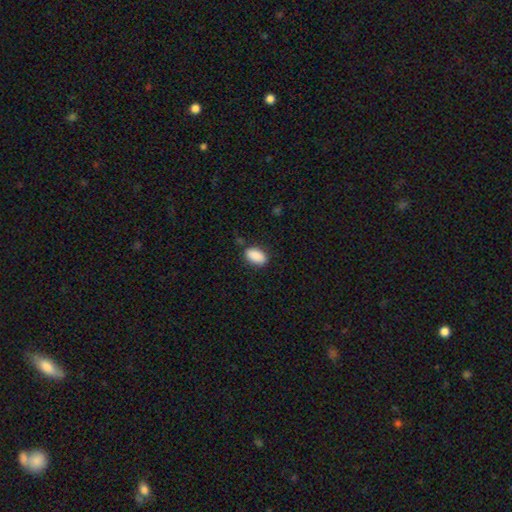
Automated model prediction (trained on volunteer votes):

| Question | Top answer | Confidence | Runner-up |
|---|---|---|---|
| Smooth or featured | smooth | 90% | star or artifact (7%) |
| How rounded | in between | 93% | round (5%) |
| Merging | none | 82% | minor disturbance (13%) |